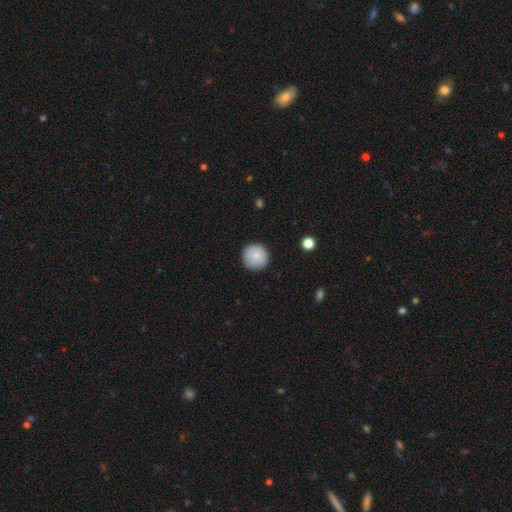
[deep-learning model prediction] The model was most divided on "smooth or featured": smooth: 87%, star or artifact: 7%, featured or disk: 6%. More confident: how rounded — round (96%); merging — none (91%).